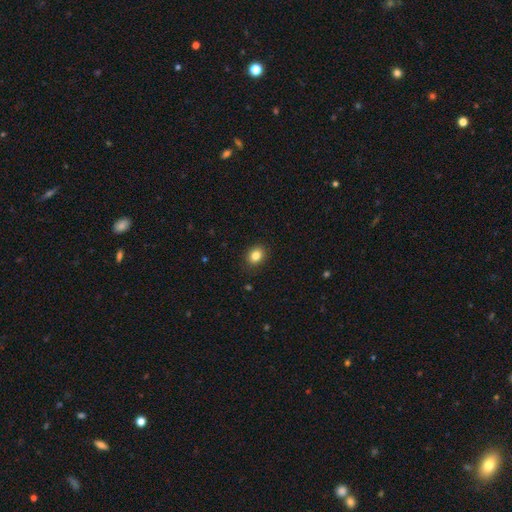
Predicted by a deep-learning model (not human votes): Morphology: type=smooth (85%); roundness=in between (50%); merging=none (89%).